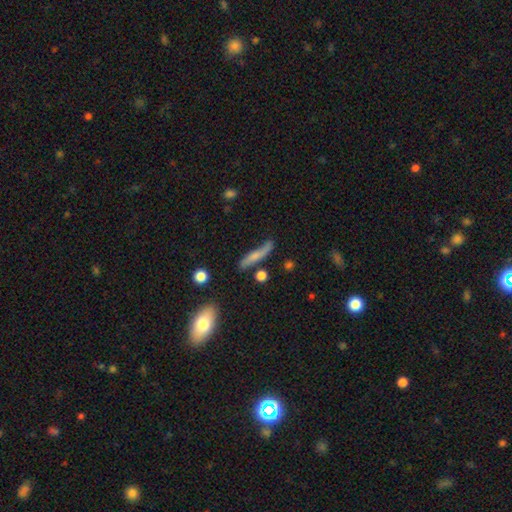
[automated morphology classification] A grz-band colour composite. It shows a smooth galaxy with no disk features (49%). Merging: none (61%).